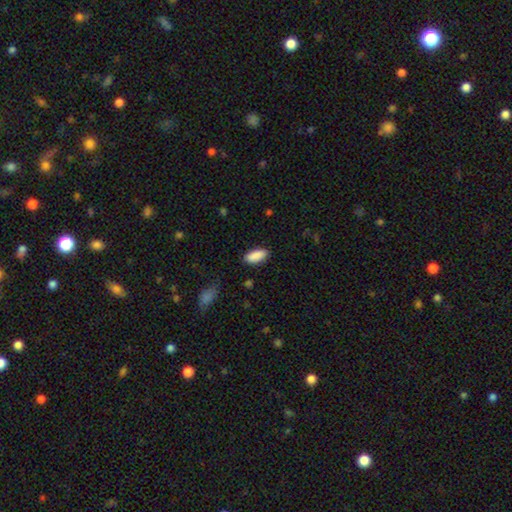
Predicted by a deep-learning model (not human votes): A smooth galaxy with no disk features (90%) that is in between round and cigar-shaped (84%). Merging: none (86%).